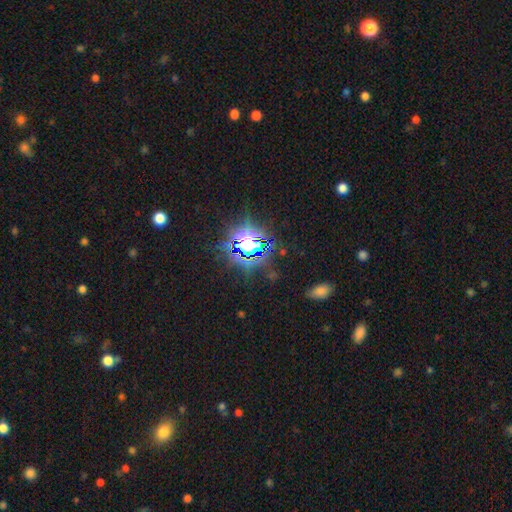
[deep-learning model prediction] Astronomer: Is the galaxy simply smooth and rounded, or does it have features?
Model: star or artifact — 80%.